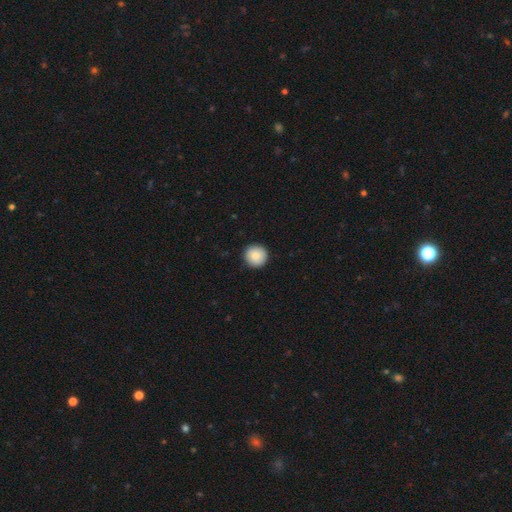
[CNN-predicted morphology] Smooth or featured? smooth (87%)
How rounded? round (96%)
Merging? none (92%)